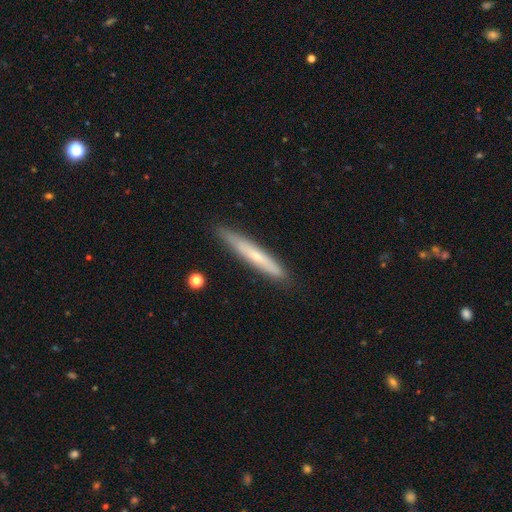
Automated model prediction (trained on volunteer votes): The model was most divided on "smooth or featured": smooth: 48%, featured or disk: 45%, star or artifact: 6%. More confident: merging — none (87%).